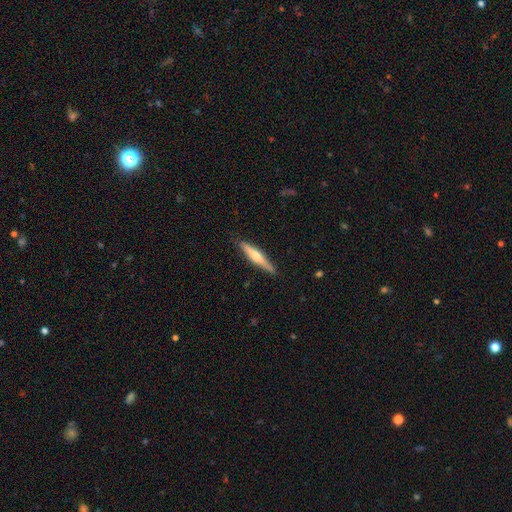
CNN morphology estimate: This appears to be a featured or disk galaxy (54%) viewed edge-on (96%) with a rounded central bulge (82%). Merging: none (88%).